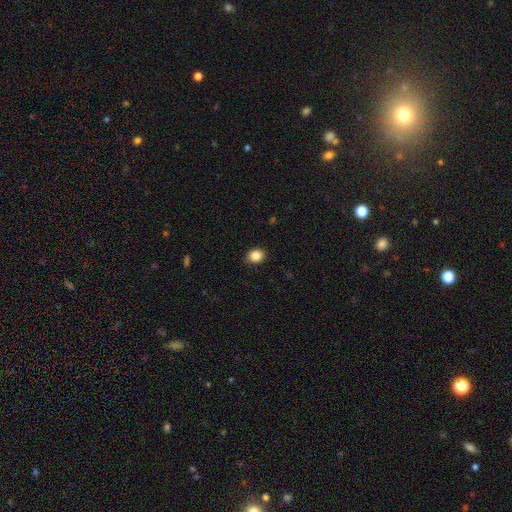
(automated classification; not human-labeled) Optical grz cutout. It shows a smooth galaxy with no disk features (87%) that is round (53%). Merging: none (86%).